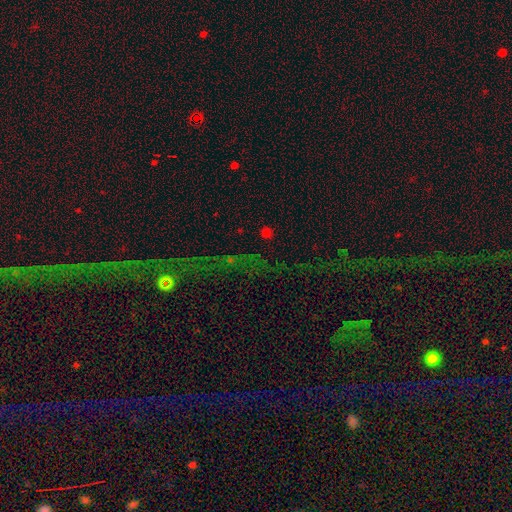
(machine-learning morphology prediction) This appears to be a star or artifact, not a galaxy (67%).